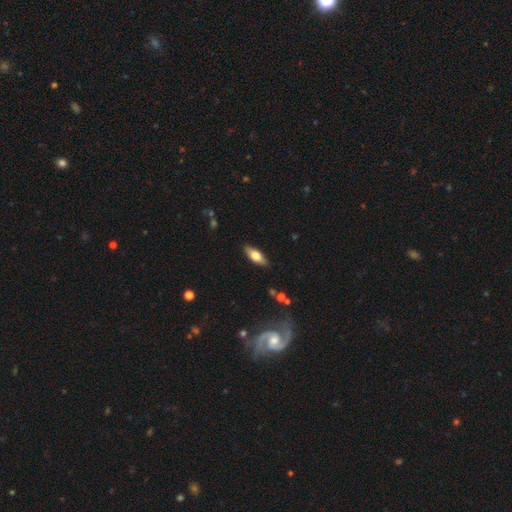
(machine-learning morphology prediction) The model was most divided on "smooth or featured": smooth: 64%, featured or disk: 29%, star or artifact: 7%. More confident: merging — none (88%); how rounded — in between (73%).